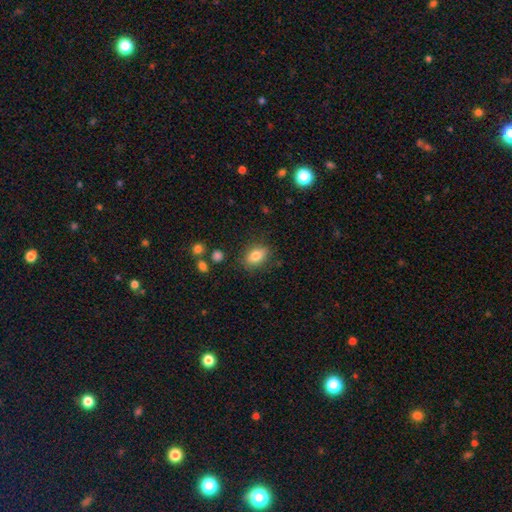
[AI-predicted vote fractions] This appears to be a smooth galaxy with no disk features (80%) that is in between round and cigar-shaped (80%). Merging: none (82%).